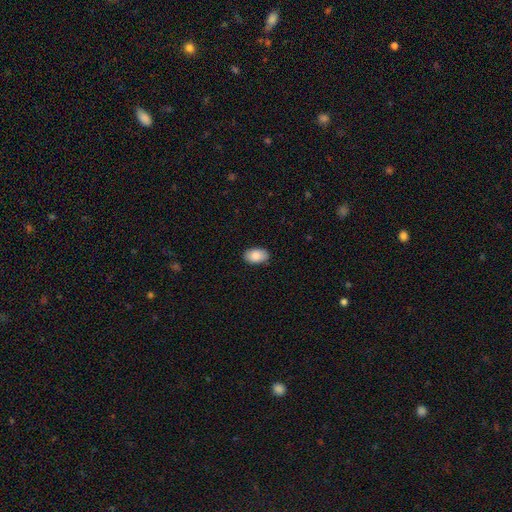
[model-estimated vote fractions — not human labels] smooth_or_featured: smooth (p=0.85) [alt: featured or disk p=0.08]
how_rounded: in between (p=0.93) [alt: round p=0.06]
merging: none (p=0.88) [alt: minor disturbance p=0.09]